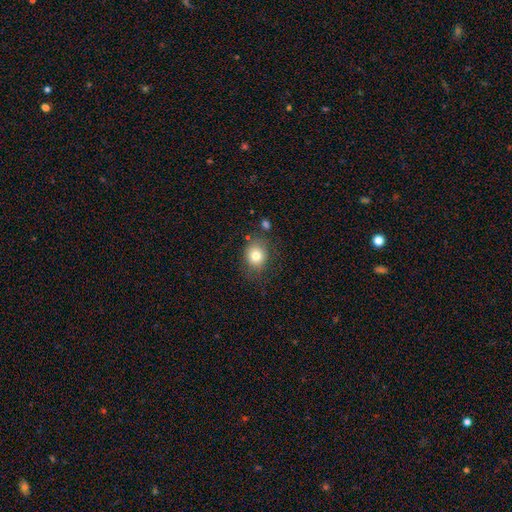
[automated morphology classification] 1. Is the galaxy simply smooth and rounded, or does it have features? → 79% smooth, 11% star or artifact, 10% featured or disk.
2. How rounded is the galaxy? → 68% round, 32% in between, 1% cigar-shaped.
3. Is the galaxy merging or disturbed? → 74% none, 17% minor disturbance, 6% major disturbance, 4% merger.